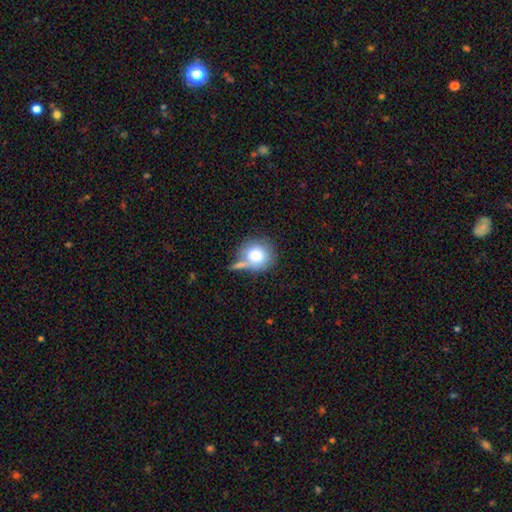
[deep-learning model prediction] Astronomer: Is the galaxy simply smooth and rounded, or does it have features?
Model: smooth — 79%.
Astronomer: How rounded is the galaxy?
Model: round — 86%.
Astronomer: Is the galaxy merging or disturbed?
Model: none — 51%.